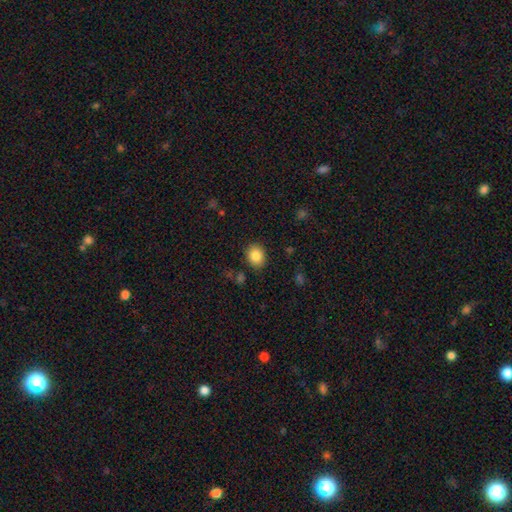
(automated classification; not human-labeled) Smooth or featured? Predicted: smooth (p=0.85). How rounded? Predicted: round (p=0.54). Merging? Predicted: none (p=0.87).